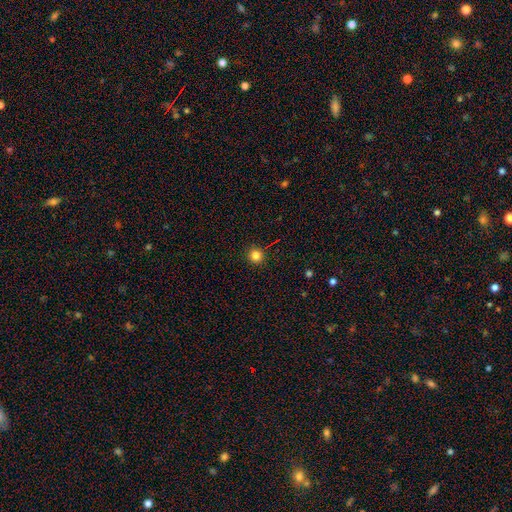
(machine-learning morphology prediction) A smooth galaxy with no disk features (83%) that is round (95%).

Vote fractions:
- Smooth or featured? smooth: 83% / star or artifact: 13% / featured or disk: 4%
- How rounded? round: 95% / in between: 4% / cigar-shaped: 1%
- Merging? none: 92% / minor disturbance: 5% / major disturbance: 2% / merger: 1%